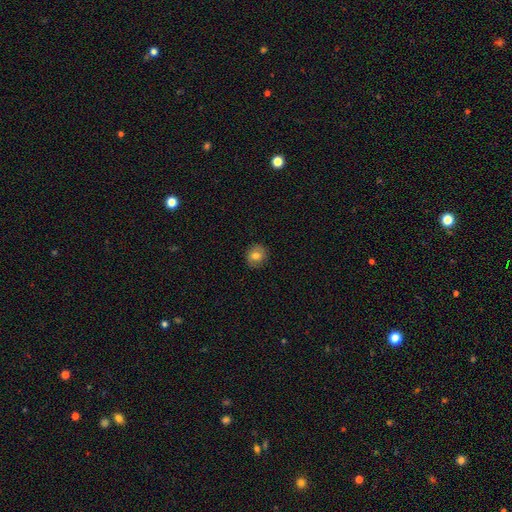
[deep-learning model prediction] This appears to be a smooth galaxy with no disk features (75%) that is round (81%). Merging: none (88%).